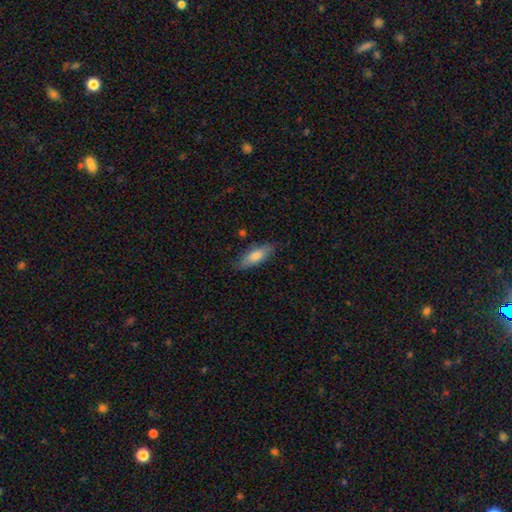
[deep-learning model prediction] smooth 76%, featured or disk 18%, star or artifact 6%. Down the decision tree: how rounded — in between (59%); merging — none (83%).